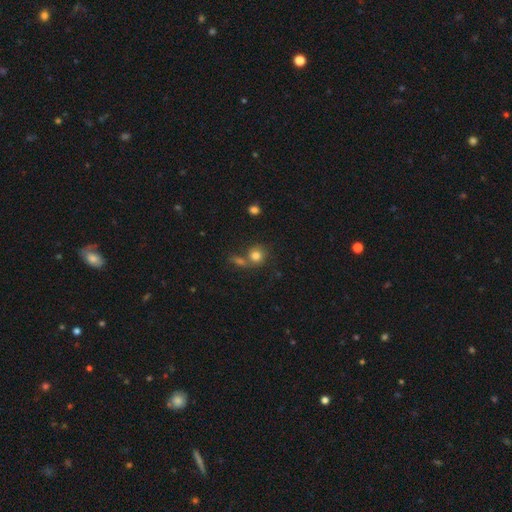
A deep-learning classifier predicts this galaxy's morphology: The model was most divided on "merging": none: 49%, merger: 35%, minor disturbance: 11%, major disturbance: 6%. More confident: how rounded — round (83%); smooth or featured — smooth (79%).